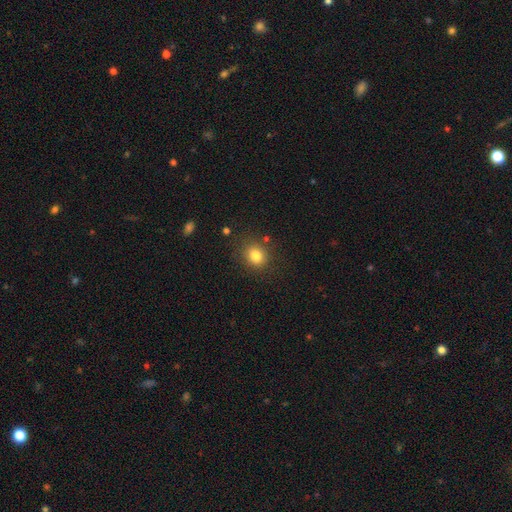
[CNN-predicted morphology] This appears to be a smooth galaxy with no disk features (82%) that is round (72%). Merging: none (83%).